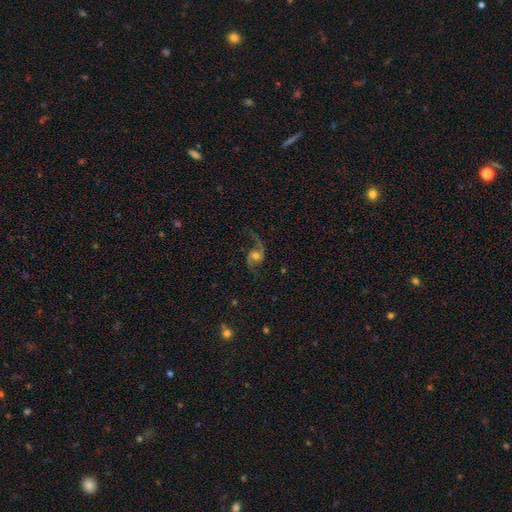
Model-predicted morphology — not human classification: A featured or disk galaxy (84%) with no bar (61%), 2 (88%) loose (74%) spiral arms (96%) and a moderate central bulge (67%).

Vote fractions:
- Smooth or featured? featured or disk: 84% / smooth: 9% / star or artifact: 7%
- Edge-on disk? no: 97% / yes: 3%
- Bar? no: 61% / weak: 31% / strong: 8%
- Spiral arms? yes: 96% / no: 4%
- Spiral winding? loose: 74% / medium: 22% / tight: 4%
- Spiral arm count? 2: 88% / 1: 7% / can't tell: 2% / 3: 1% / 4: 1% / more than 4: 1%
- Bulge size? moderate: 67% / small: 20% / large: 10% / none: 2% / dominant: 2%
- Merging? none: 66% / major disturbance: 16% / minor disturbance: 15% / merger: 2%